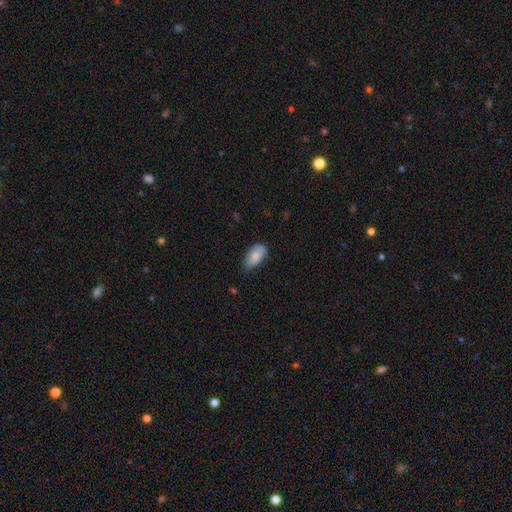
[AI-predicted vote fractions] smooth 84%, featured or disk 10%, star or artifact 6%. Down the decision tree: how rounded — in between (94%); merging — none (63%).